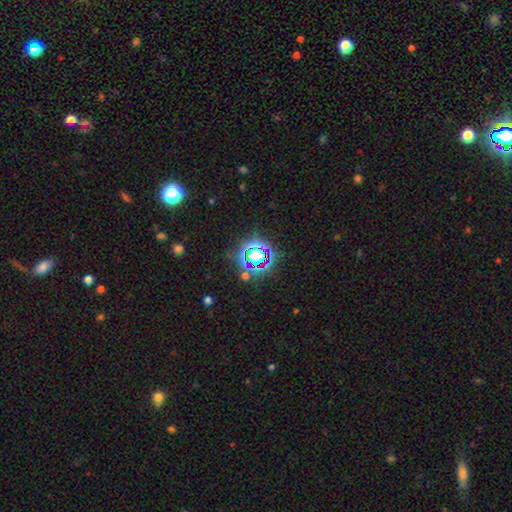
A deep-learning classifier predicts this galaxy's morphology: Smooth or featured? star or artifact (68%)